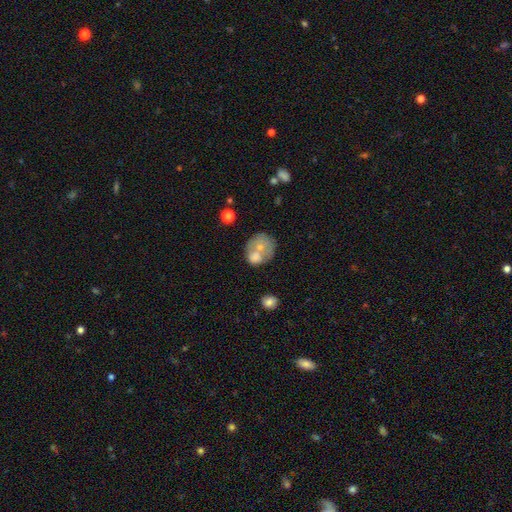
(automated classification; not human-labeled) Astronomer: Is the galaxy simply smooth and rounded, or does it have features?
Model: smooth — 59%.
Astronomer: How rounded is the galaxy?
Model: round — 75%.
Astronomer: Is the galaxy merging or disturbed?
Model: none — 41% (runner-up: merger, 36%).